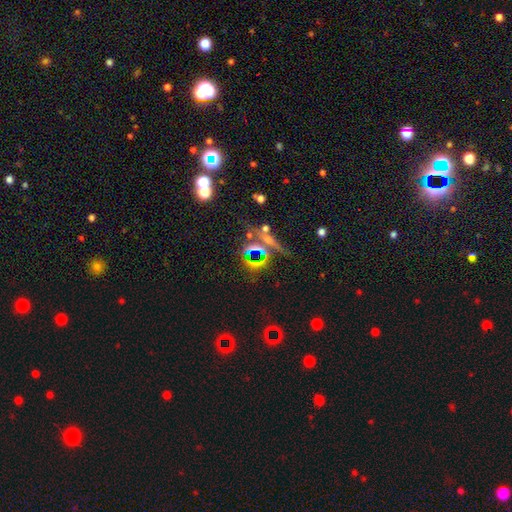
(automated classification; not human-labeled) Smooth or featured?
  - star or artifact: 59% *
  - smooth: 26%
  - featured or disk: 15%